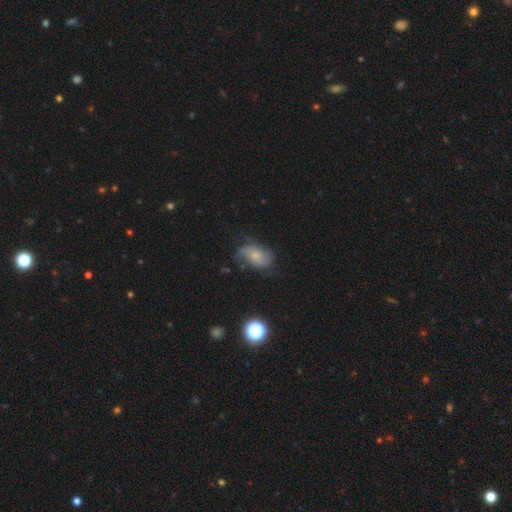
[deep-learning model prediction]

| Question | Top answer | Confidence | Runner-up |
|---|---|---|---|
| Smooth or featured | featured or disk | 57% | smooth (33%) |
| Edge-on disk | no | 96% | yes (4%) |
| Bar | no | 74% | weak (22%) |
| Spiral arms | yes | 85% | no (15%) |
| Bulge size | small | 58% | moderate (32%) |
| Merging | none | 53% | minor disturbance (28%) |